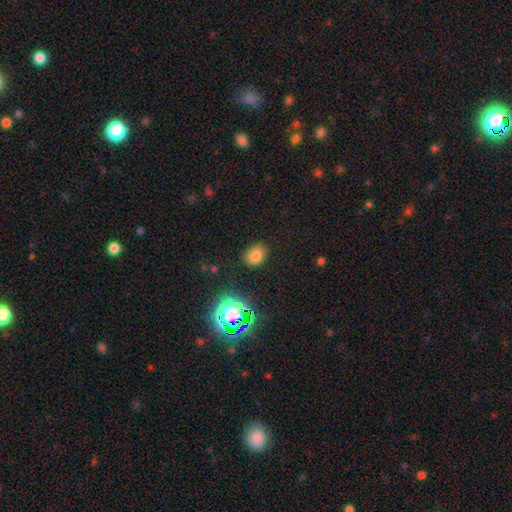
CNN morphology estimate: This is likely a smooth galaxy (75%). How rounded: possibly in between (58%). Merging: clearly none (82%).